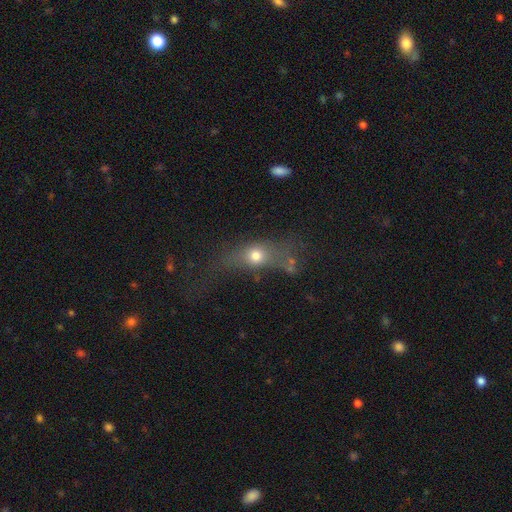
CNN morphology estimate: Smooth or featured? Predicted: smooth (p=0.62). How rounded? Predicted: in between (p=0.47). Merging? Predicted: none (p=0.44).